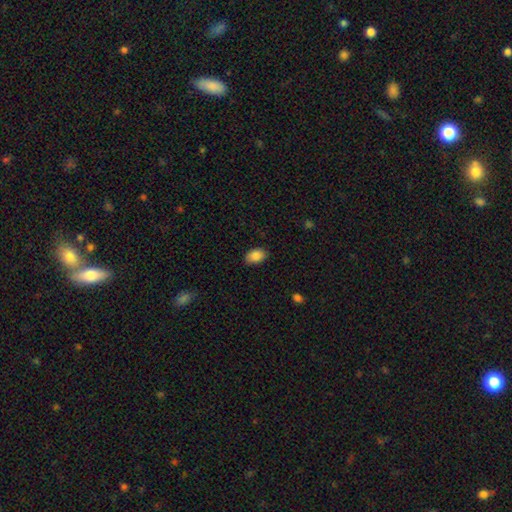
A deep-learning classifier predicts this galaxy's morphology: Overall: smooth (87%). How rounded: in between (88%). Merging: none (83%).